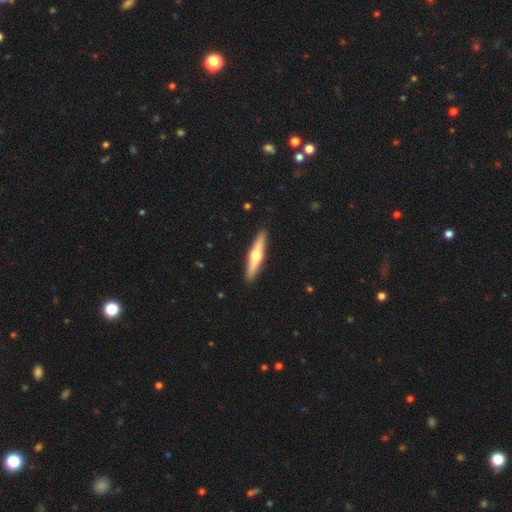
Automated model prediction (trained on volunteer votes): smooth_or_featured: featured or disk (p=0.63) [alt: smooth p=0.32]
disk_edge_on: yes (p=0.97) [alt: no p=0.03]
edge_on_bulge: rounded (p=0.94) [alt: boxy p=0.03]
merging: none (p=0.91) [alt: minor disturbance p=0.06]